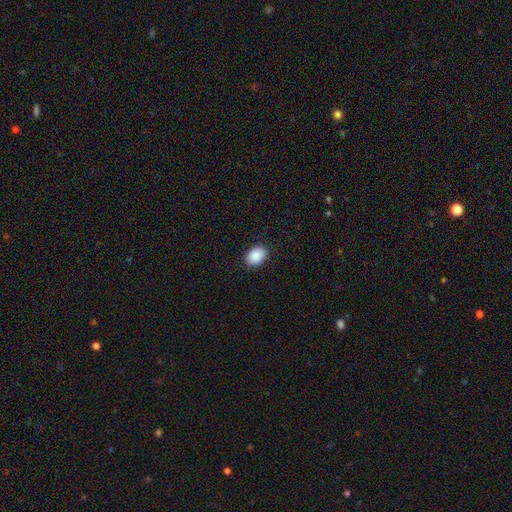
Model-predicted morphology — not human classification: type=smooth (90%); roundness=in between (74%); merging=none (88%).